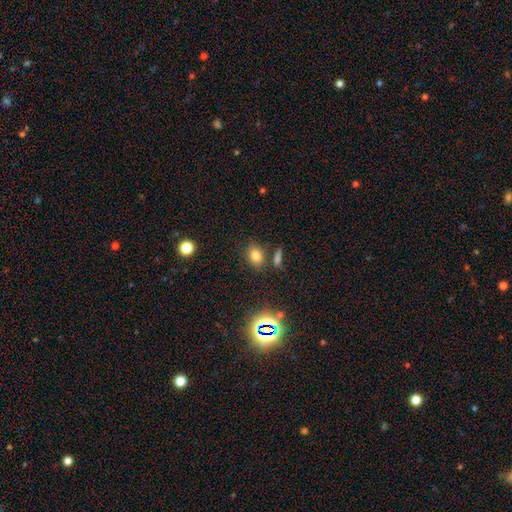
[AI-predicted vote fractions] This appears to be a smooth galaxy with no disk features (75%) that is in between round and cigar-shaped (66%). Merging: none (76%).